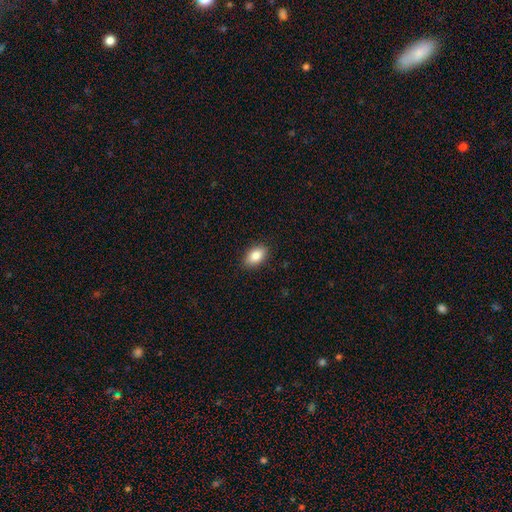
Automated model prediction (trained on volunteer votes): This is clearly a smooth galaxy (86%). How rounded: clearly in between (90%). Merging: clearly none (88%).